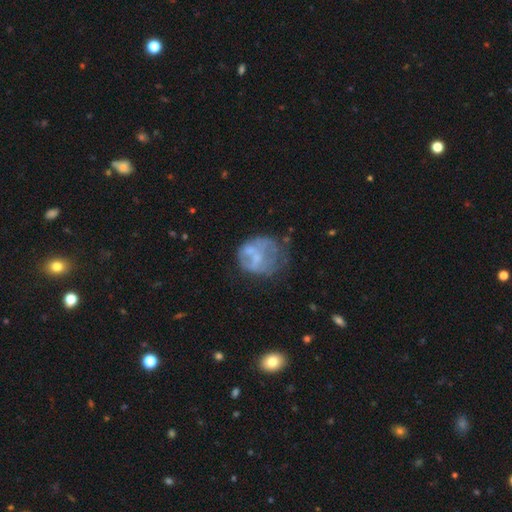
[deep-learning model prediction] Smooth or featured? Predicted: featured or disk (p=0.51). Edge-on disk? Predicted: no (p=0.98). Merging? Predicted: none (p=0.40).